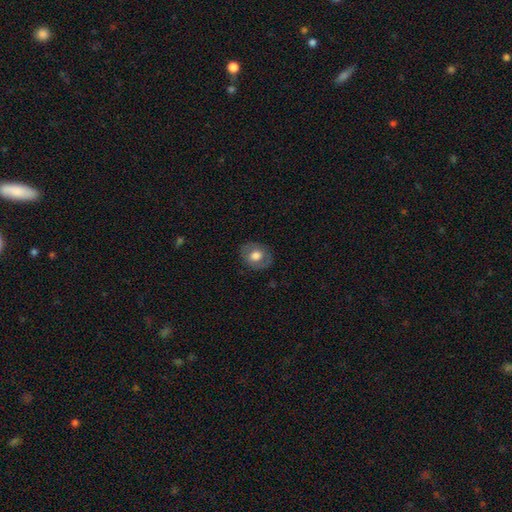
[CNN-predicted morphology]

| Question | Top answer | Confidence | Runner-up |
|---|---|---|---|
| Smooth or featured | smooth | 64% | featured or disk (29%) |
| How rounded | round | 60% | in between (39%) |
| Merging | none | 84% | minor disturbance (12%) |